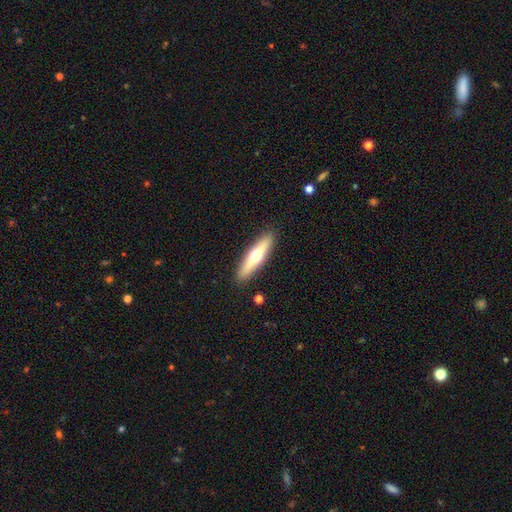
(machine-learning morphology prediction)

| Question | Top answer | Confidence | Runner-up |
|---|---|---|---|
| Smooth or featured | featured or disk | 48% | smooth (47%) |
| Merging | none | 90% | minor disturbance (7%) |